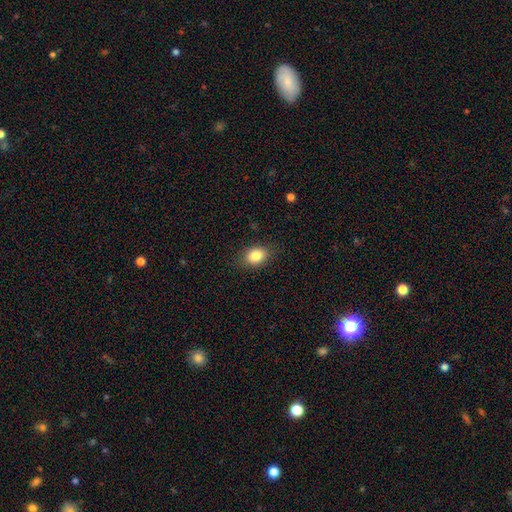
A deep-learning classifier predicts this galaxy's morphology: This appears to be a smooth galaxy with no disk features (83%) that is in between round and cigar-shaped (68%). Merging: none (85%).